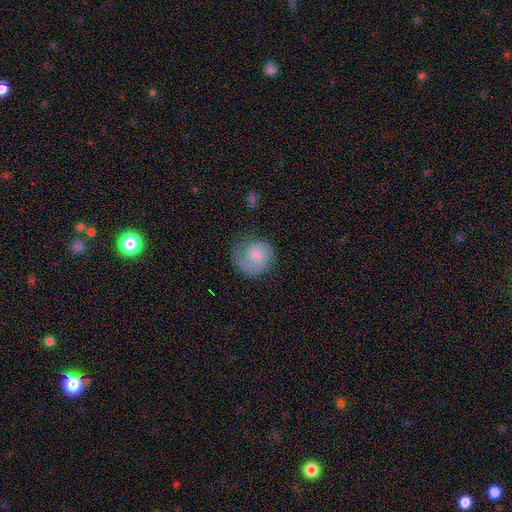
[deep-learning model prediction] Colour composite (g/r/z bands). It shows a featured or disk galaxy (53%) with no bar (55%), spiral arms (89%) and a moderate central bulge (38%). Merging: none (54%).